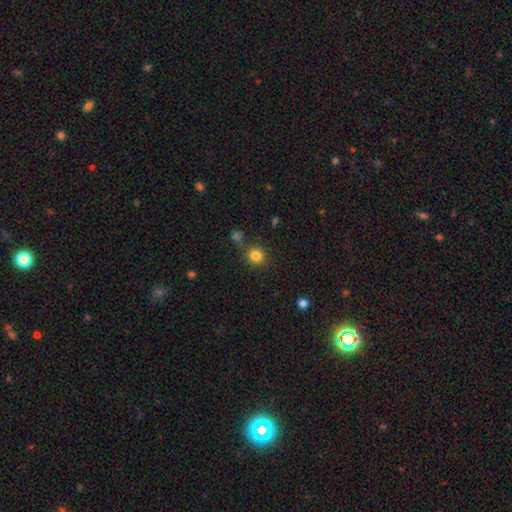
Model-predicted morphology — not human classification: type=smooth (83%); roundness=round (92%); merging=none (79%).